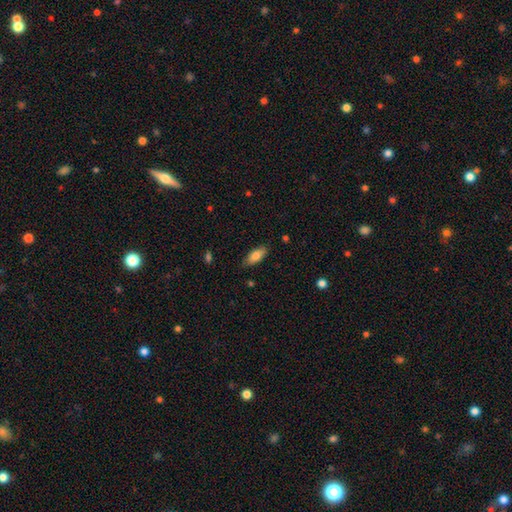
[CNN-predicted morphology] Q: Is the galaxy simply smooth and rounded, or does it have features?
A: smooth — 82%.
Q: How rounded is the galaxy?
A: in between — 81%.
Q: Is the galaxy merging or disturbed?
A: none — 82%.